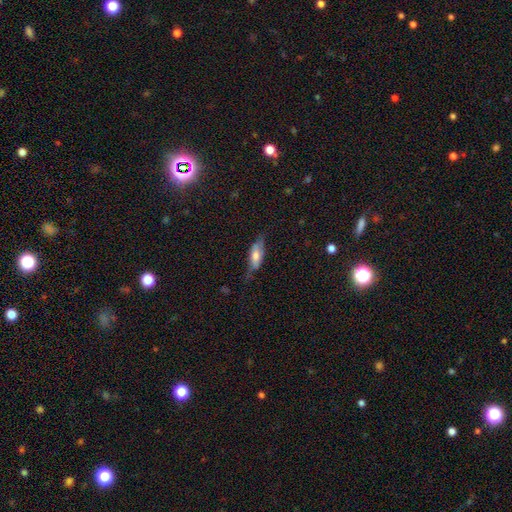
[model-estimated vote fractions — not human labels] A smooth galaxy with no disk features (53%) that is in between round and cigar-shaped (66%).

Vote fractions:
- Smooth or featured? smooth: 53% / featured or disk: 40% / star or artifact: 7%
- How rounded? in between: 66% / cigar-shaped: 31% / round: 3%
- Merging? none: 57% / minor disturbance: 29% / major disturbance: 11% / merger: 2%